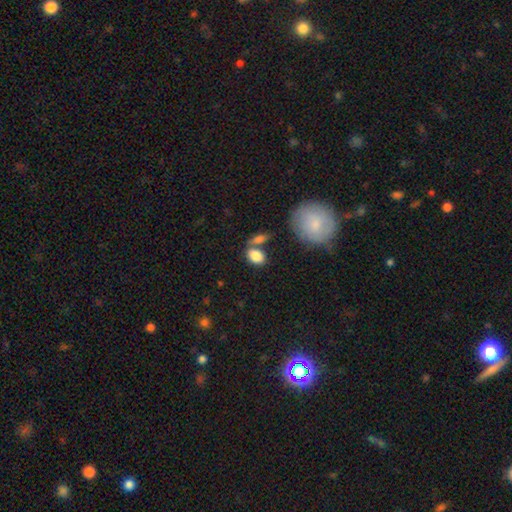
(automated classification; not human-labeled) smooth-or-featured: smooth: 84% | featured or disk: 8% | star or artifact: 8%
  how-rounded: in between: 82% | round: 16% | cigar-shaped: 2%
  merging: none: 53% | merger: 29% | minor disturbance: 13% | major disturbance: 5%